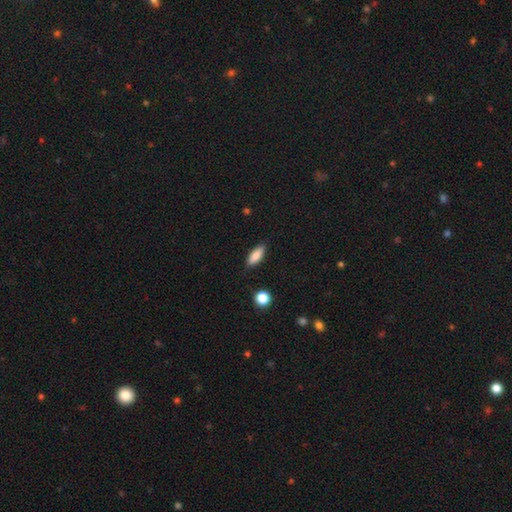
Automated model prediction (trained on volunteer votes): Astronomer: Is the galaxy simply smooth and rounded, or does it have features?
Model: smooth — 84%.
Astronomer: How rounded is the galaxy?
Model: in between — 70%.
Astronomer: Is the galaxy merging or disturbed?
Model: none — 82%.